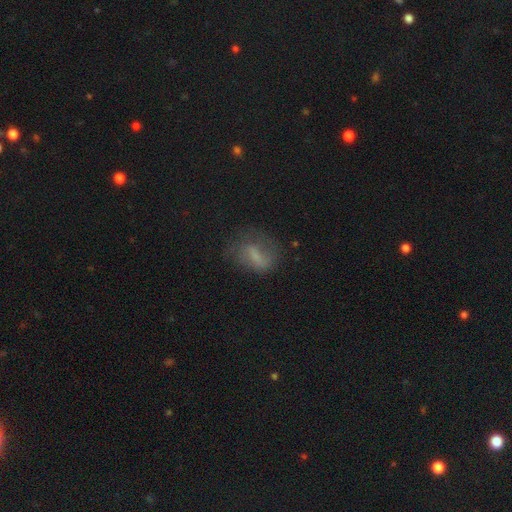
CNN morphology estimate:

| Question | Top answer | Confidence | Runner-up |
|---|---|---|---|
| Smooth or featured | smooth | 51% | featured or disk (36%) |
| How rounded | in between | 64% | round (19%) |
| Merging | none | 54% | minor disturbance (24%) |